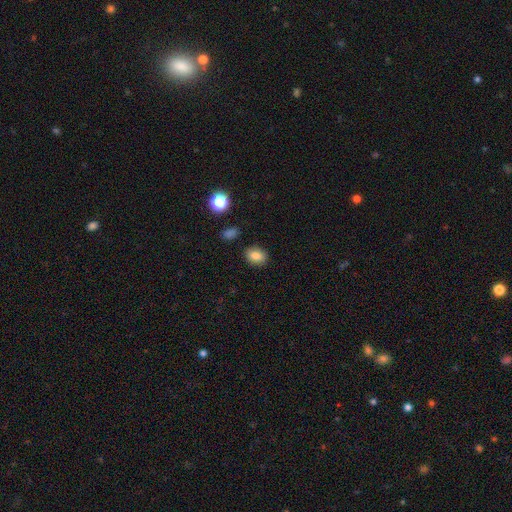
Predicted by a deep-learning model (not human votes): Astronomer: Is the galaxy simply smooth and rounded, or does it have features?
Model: smooth — 84%.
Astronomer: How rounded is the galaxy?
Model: in between — 68%.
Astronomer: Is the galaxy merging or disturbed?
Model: none — 85%.